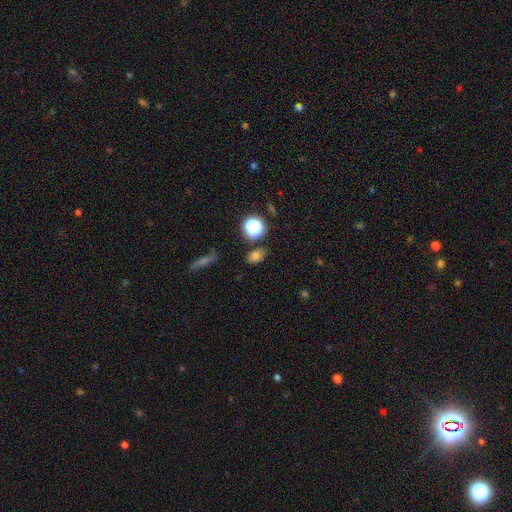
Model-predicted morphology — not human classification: Smooth or featured? Predicted: smooth (p=0.75). How rounded? Predicted: in between (p=0.66). Merging? Predicted: none (p=0.81).